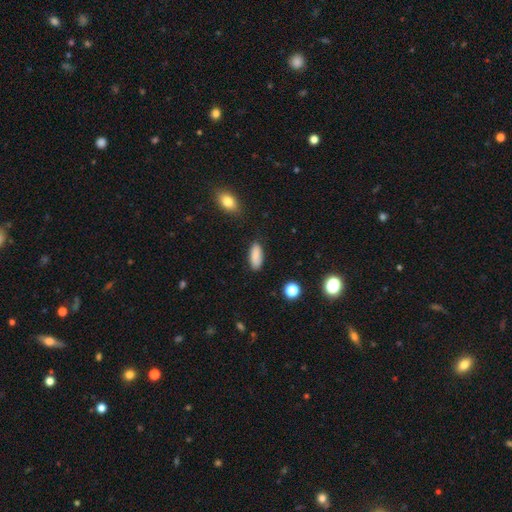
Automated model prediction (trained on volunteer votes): Smooth or featured? Predicted: smooth (p=0.87). How rounded? Predicted: in between (p=0.80). Merging? Predicted: none (p=0.86).